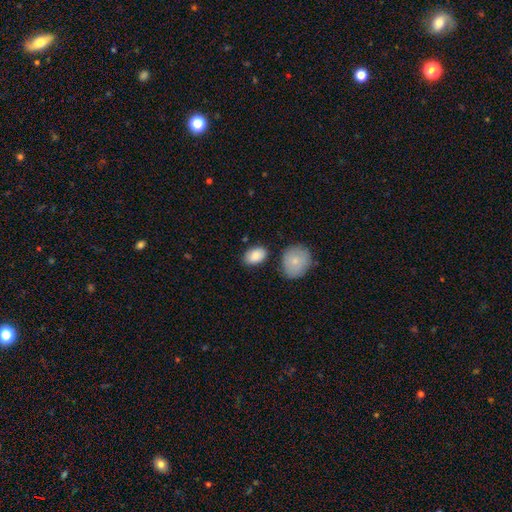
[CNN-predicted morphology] Smooth or featured: smooth — 87% (star or artifact — 7%)
How rounded: in between — 86% (round — 13%)
Merging: none — 78% (minor disturbance — 13%)